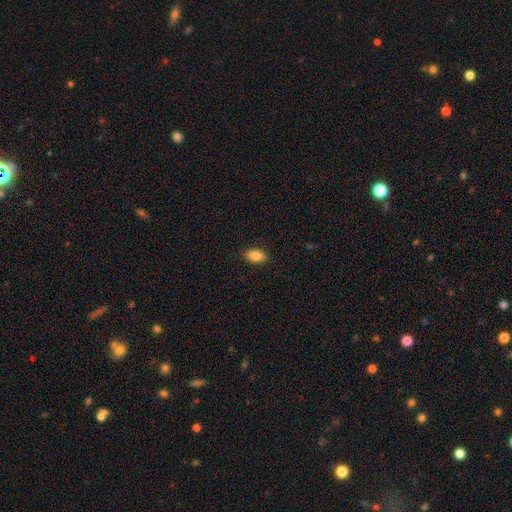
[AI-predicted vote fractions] Q: Smooth or featured?
A: smooth (87%); runner-up: star or artifact (8%)
Q: How rounded?
A: in between (91%); runner-up: round (6%)
Q: Merging?
A: none (89%); runner-up: minor disturbance (8%)